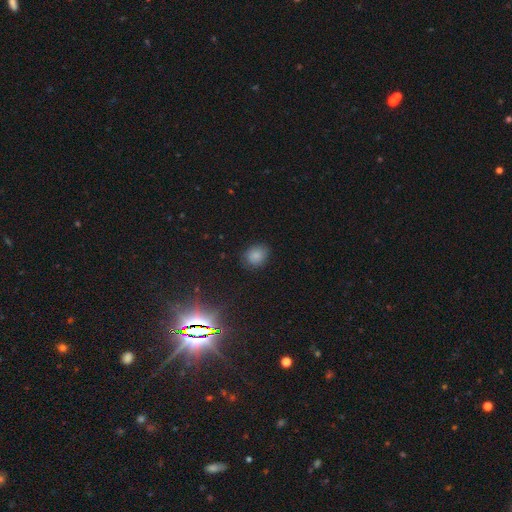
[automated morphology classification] Q: Smooth or featured?
A: smooth (81%); runner-up: star or artifact (13%)
Q: How rounded?
A: round (63%); runner-up: in between (36%)
Q: Merging?
A: none (81%); runner-up: minor disturbance (14%)